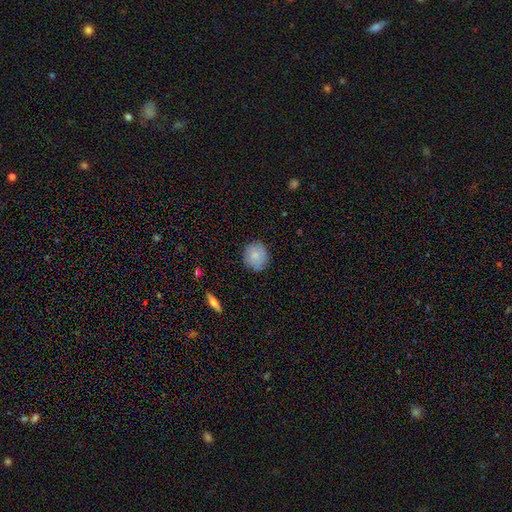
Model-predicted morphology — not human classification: smooth-or-featured: smooth: 82% | featured or disk: 11% | star or artifact: 7%
  how-rounded: round: 84% | in between: 15% | cigar-shaped: 1%
  merging: none: 83% | minor disturbance: 13% | major disturbance: 3% | merger: 1%